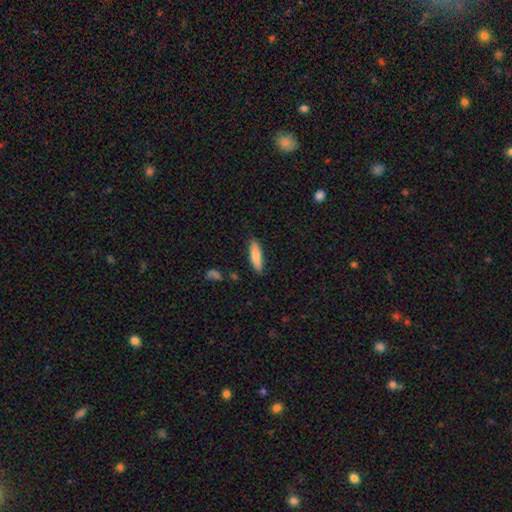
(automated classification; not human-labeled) Q: Smooth or featured?
A: smooth (79%); runner-up: featured or disk (15%)
Q: How rounded?
A: cigar-shaped (70%); runner-up: in between (29%)
Q: Merging?
A: none (86%); runner-up: minor disturbance (10%)